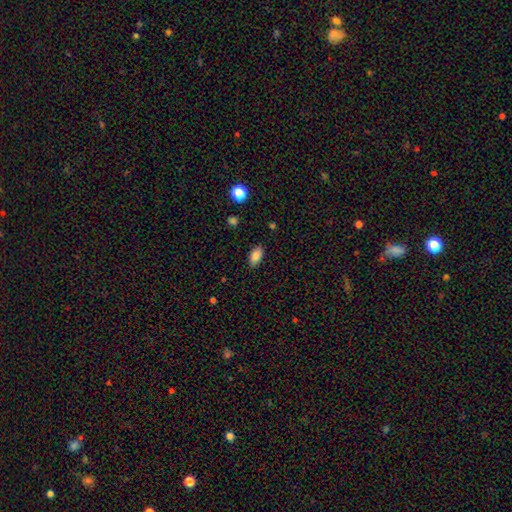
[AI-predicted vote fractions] Q: Smooth or featured?
A: smooth (85%); runner-up: star or artifact (8%)
Q: How rounded?
A: in between (91%); runner-up: round (5%)
Q: Merging?
A: none (87%); runner-up: minor disturbance (9%)